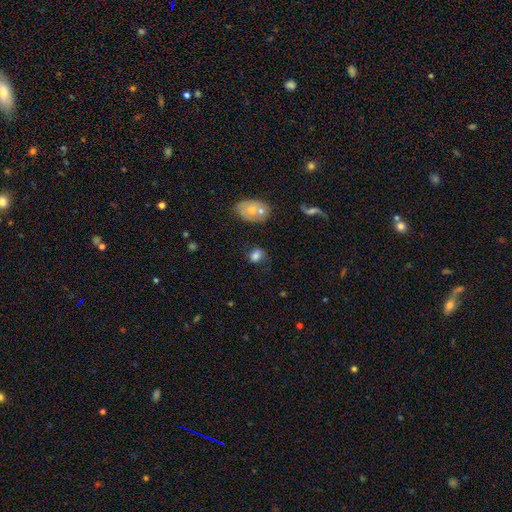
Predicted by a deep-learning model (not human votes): Smooth or featured? smooth (76%)
How rounded? in between (59%)
Merging? none (60%)